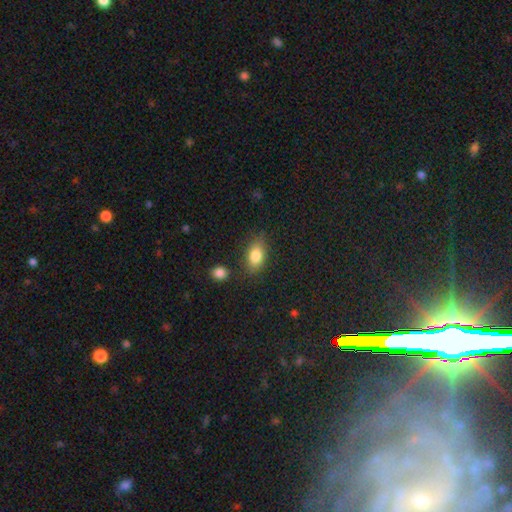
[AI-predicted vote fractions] smooth-or-featured: smooth: 82% | featured or disk: 10% | star or artifact: 8%
  how-rounded: in between: 86% | round: 10% | cigar-shaped: 5%
  merging: none: 79% | minor disturbance: 14% | merger: 4% | major disturbance: 3%